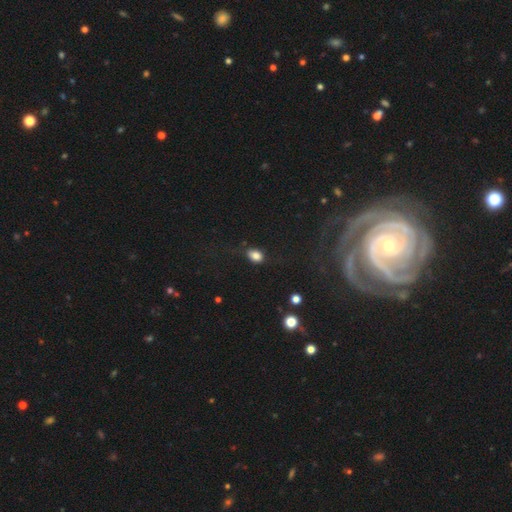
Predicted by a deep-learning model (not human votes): Q: Smooth or featured?
A: smooth (83%); runner-up: star or artifact (10%)
Q: How rounded?
A: in between (75%); runner-up: round (23%)
Q: Merging?
A: none (68%); runner-up: minor disturbance (22%)